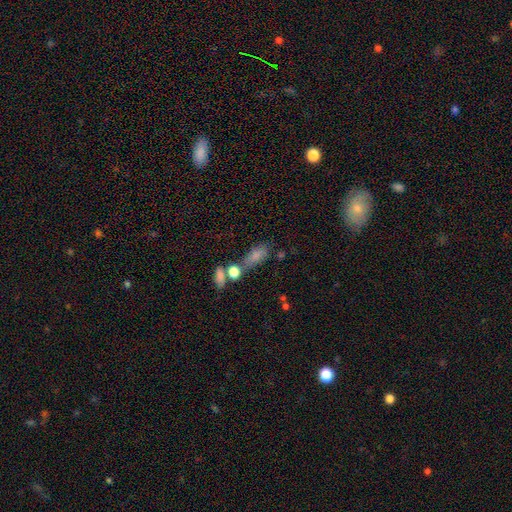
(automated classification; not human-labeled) Smooth or featured?
  - smooth: 77% *
  - featured or disk: 13%
  - star or artifact: 10%
How rounded?
  - in between: 71% *
  - cigar-shaped: 21%
  - round: 8%
Merging?
  - none: 47% *
  - merger: 28%
  - minor disturbance: 17%
  - major disturbance: 9%